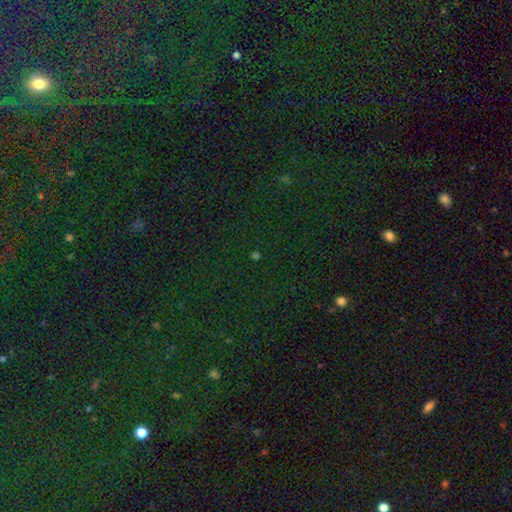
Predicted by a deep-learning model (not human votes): Overall: star or artifact (70%).